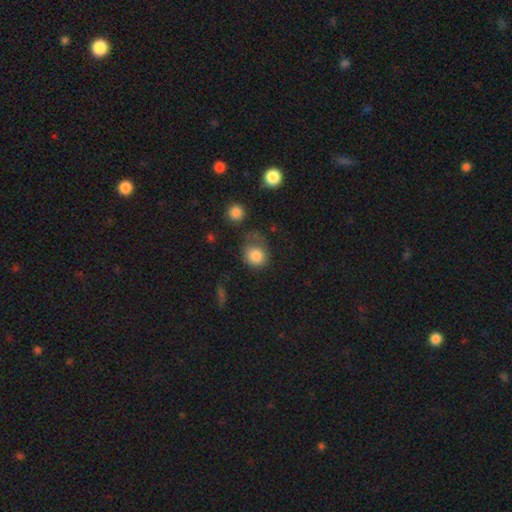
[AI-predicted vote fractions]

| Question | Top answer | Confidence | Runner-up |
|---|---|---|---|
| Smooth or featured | smooth | 83% | star or artifact (9%) |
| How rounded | round | 71% | in between (28%) |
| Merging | none | 42% | minor disturbance (28%) |